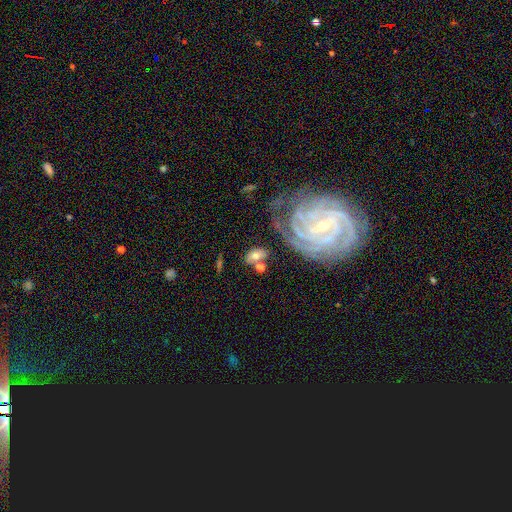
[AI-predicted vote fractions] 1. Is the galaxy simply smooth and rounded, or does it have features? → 49% smooth, 42% featured or disk, 9% star or artifact.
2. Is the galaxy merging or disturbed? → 59% none, 18% minor disturbance, 13% merger, 10% major disturbance.